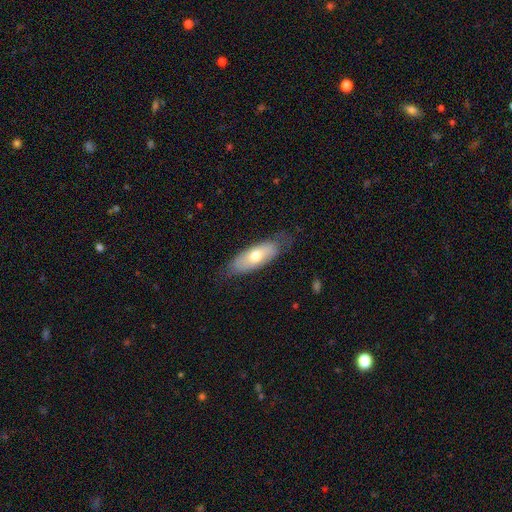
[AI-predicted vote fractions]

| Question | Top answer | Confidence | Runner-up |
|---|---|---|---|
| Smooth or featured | smooth | 62% | featured or disk (32%) |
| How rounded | in between | 72% | cigar-shaped (25%) |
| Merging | none | 72% | minor disturbance (21%) |